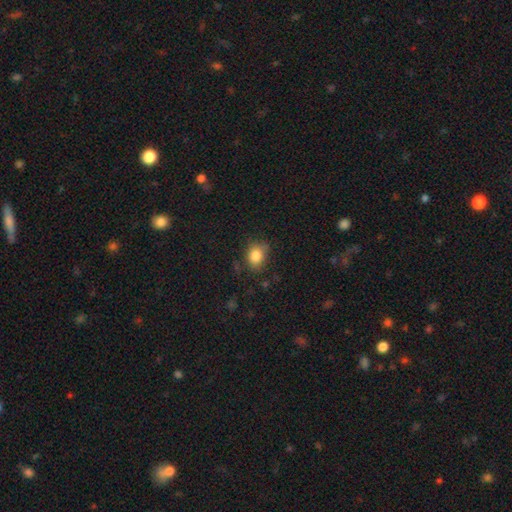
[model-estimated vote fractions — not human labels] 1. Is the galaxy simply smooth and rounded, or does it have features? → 83% smooth, 10% star or artifact, 7% featured or disk.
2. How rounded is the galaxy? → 54% in between, 45% round, 1% cigar-shaped.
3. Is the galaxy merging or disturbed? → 70% none, 22% minor disturbance, 6% major disturbance, 2% merger.